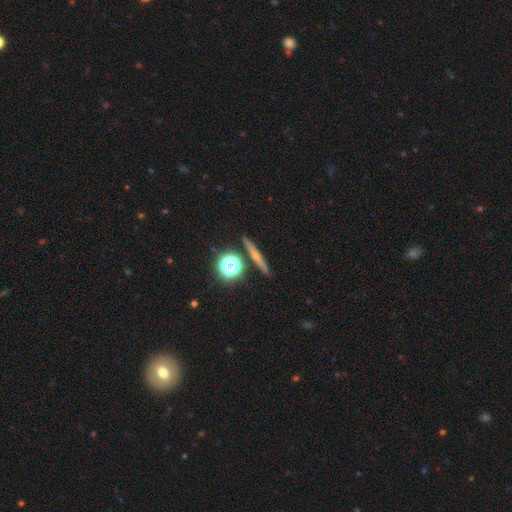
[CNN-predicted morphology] A featured or disk galaxy (58%) viewed edge-on (95%) with a rounded central bulge (81%).

Vote fractions:
- Smooth or featured? featured or disk: 58% / smooth: 25% / star or artifact: 18%
- Edge-on disk? yes: 95% / no: 5%
- Edge-on bulge? rounded: 81% / none: 14% / boxy: 4%
- Merging? none: 89% / minor disturbance: 6% / merger: 3% / major disturbance: 2%